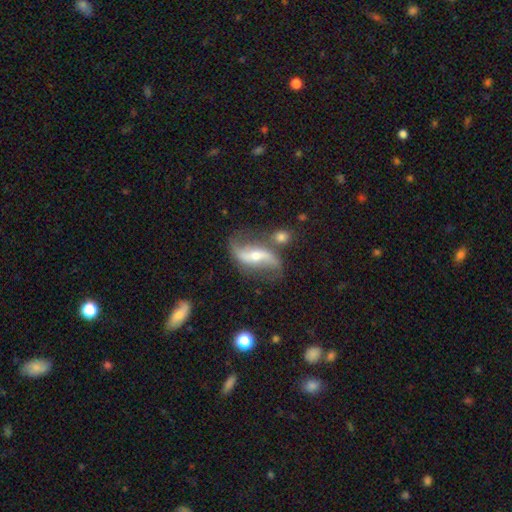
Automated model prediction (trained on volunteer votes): The model was most divided on "bar": strong: 38%, weak: 31%, no: 31%. More confident: spiral arms — yes (95%); spiral arm count — 2 (93%); edge-on disk — no (92%); smooth or featured — featured or disk (86%); spiral winding — loose (84%); merging — none (68%); bulge size — moderate (51%).